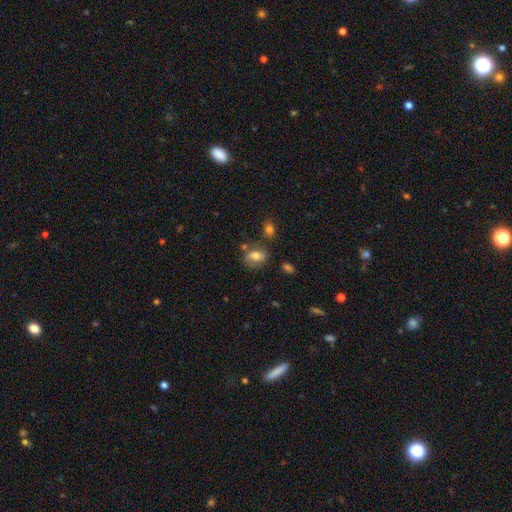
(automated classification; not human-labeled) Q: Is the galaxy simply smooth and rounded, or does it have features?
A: smooth — 69%.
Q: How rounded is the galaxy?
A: in between — 74%.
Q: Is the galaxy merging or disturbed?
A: none — 63%.